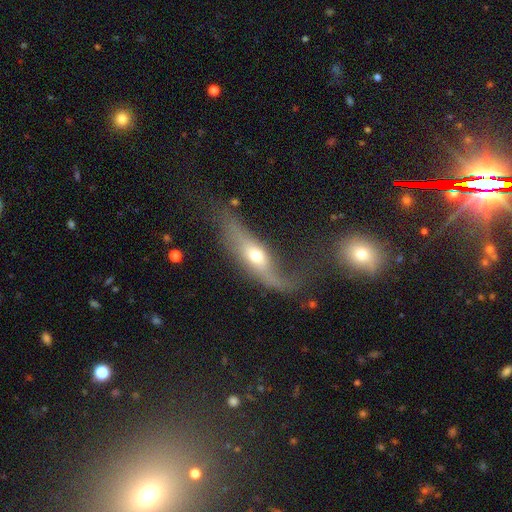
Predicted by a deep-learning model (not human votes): A featured or disk galaxy (60%). Merging: none (39%).